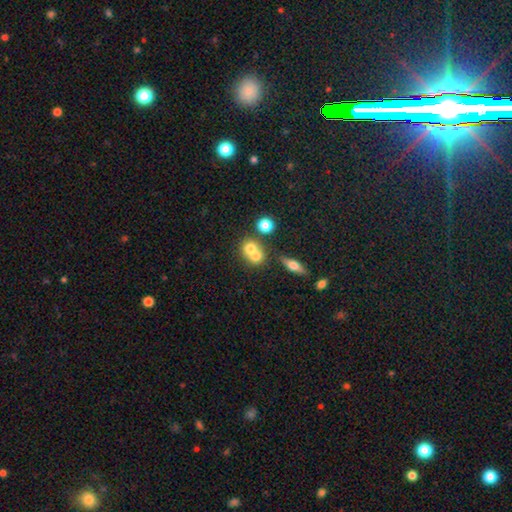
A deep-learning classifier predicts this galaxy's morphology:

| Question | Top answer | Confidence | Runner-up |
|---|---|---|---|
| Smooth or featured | smooth | 66% | featured or disk (22%) |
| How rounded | round | 74% | in between (25%) |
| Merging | merger | 61% | none (30%) |